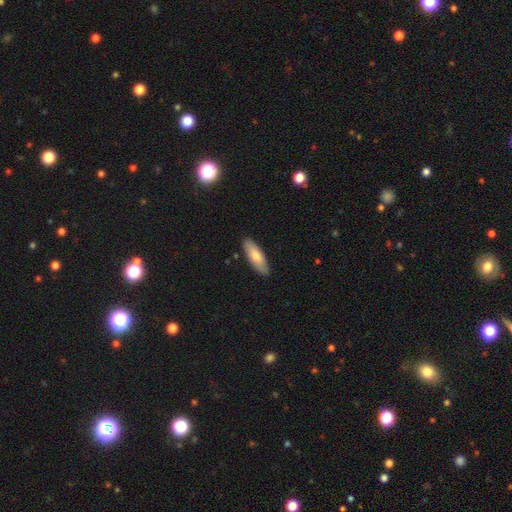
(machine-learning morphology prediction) A smooth galaxy with no disk features (75%) that is in between round and cigar-shaped (60%).

Vote fractions:
- Smooth or featured? smooth: 75% / featured or disk: 19% / star or artifact: 5%
- How rounded? in between: 60% / cigar-shaped: 38% / round: 2%
- Merging? none: 86% / minor disturbance: 11% / major disturbance: 2% / merger: 1%